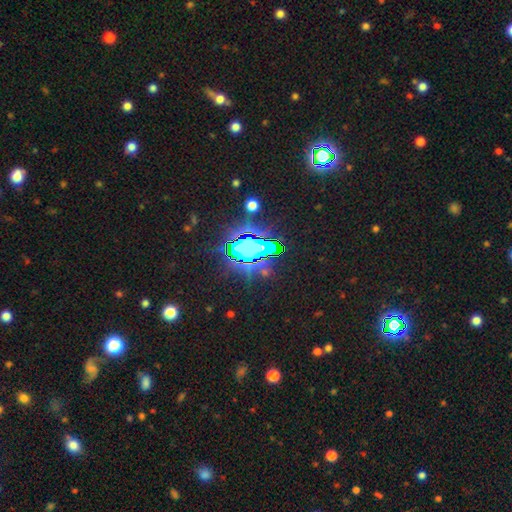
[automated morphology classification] smooth-or-featured: star or artifact: 78% | smooth: 13% | featured or disk: 9%